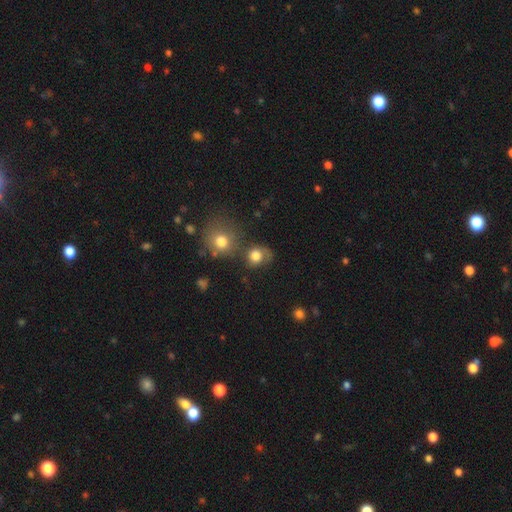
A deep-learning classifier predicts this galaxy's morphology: A smooth galaxy with no disk features (77%) that is round (73%).

Vote fractions:
- Smooth or featured? smooth: 77% / featured or disk: 12% / star or artifact: 11%
- How rounded? round: 73% / in between: 25% / cigar-shaped: 1%
- Merging? none: 48% / merger: 20% / minor disturbance: 19% / major disturbance: 13%